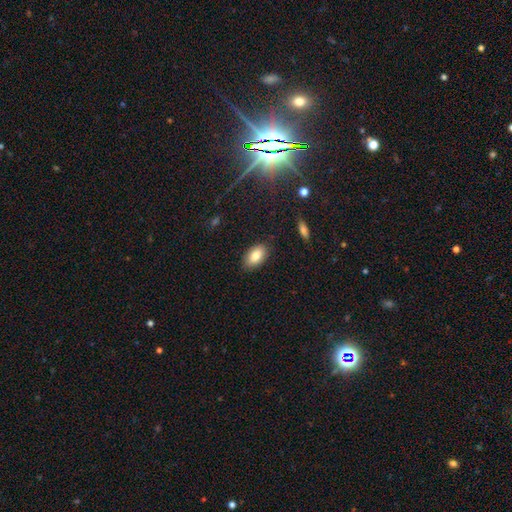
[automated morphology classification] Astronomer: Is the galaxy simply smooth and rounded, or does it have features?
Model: smooth — 82%.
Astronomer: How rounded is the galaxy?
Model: in between — 92%.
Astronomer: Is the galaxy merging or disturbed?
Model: none — 85%.